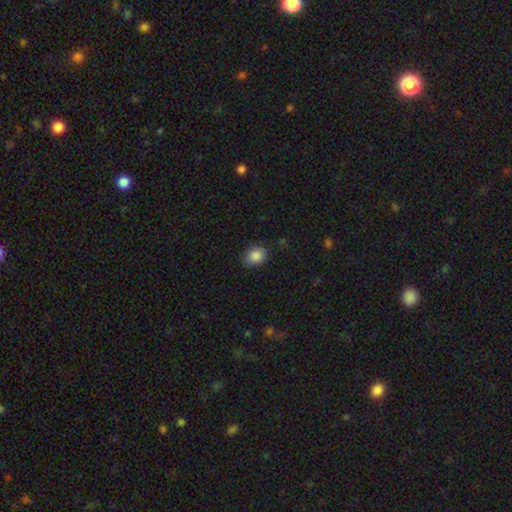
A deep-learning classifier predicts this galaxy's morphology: A smooth galaxy with no disk features (88%) that is in between round and cigar-shaped (60%).

Vote fractions:
- Smooth or featured? smooth: 88% / star or artifact: 8% / featured or disk: 4%
- How rounded? in between: 60% / round: 40% / cigar-shaped: 1%
- Merging? none: 82% / minor disturbance: 14% / major disturbance: 3% / merger: 1%